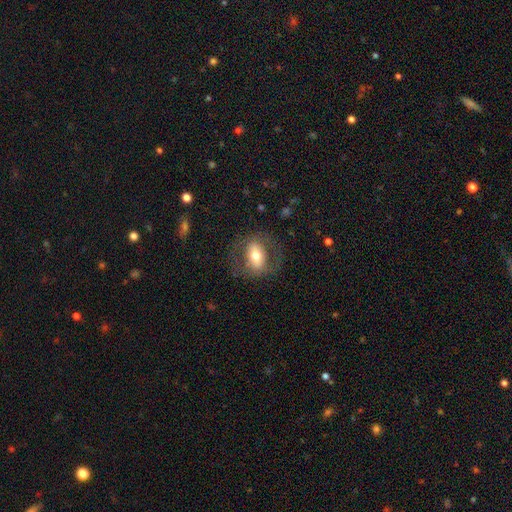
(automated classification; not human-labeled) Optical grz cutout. It shows a smooth galaxy with no disk features (49%). Merging: none (72%).